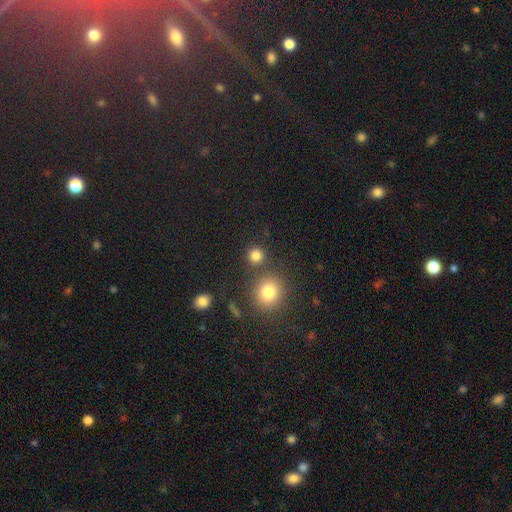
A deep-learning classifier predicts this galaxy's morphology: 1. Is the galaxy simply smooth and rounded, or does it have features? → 82% smooth, 14% star or artifact, 5% featured or disk.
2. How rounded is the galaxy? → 90% round, 8% in between, 1% cigar-shaped.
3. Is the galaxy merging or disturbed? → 81% none, 9% merger, 7% minor disturbance, 3% major disturbance.